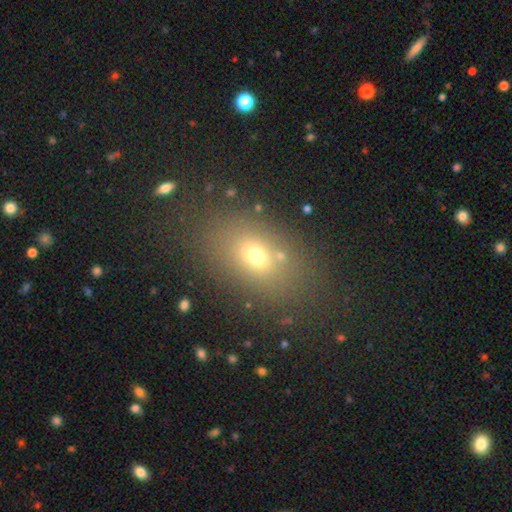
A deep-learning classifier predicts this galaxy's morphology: Q: Smooth or featured?
A: smooth (65%); runner-up: star or artifact (20%)
Q: How rounded?
A: in between (73%); runner-up: round (25%)
Q: Merging?
A: none (79%); runner-up: minor disturbance (11%)